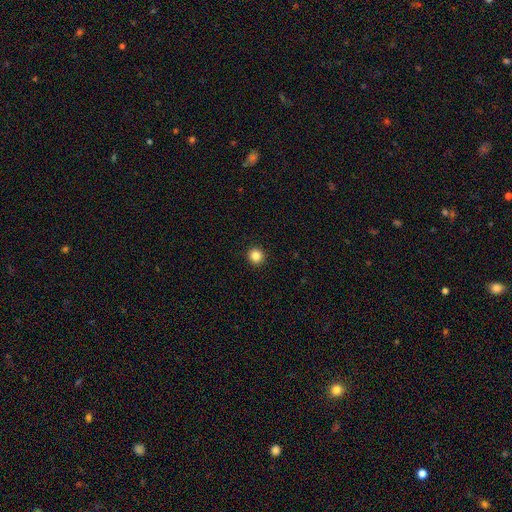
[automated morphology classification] Smooth or featured? smooth (85%)
How rounded? round (95%)
Merging? none (93%)